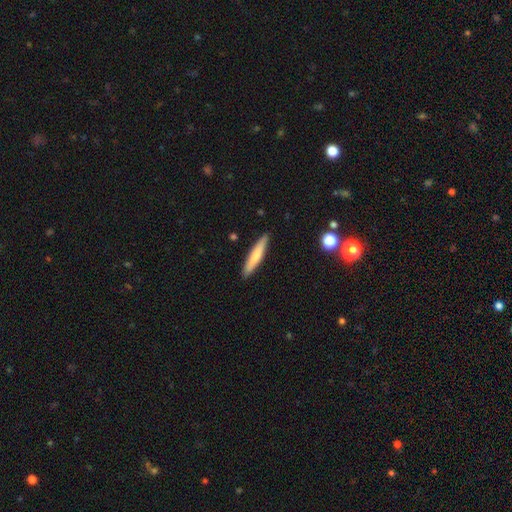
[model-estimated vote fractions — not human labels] Smooth or featured: smooth — 71% (featured or disk — 24%)
How rounded: cigar-shaped — 90% (in between — 9%)
Merging: none — 90% (minor disturbance — 8%)